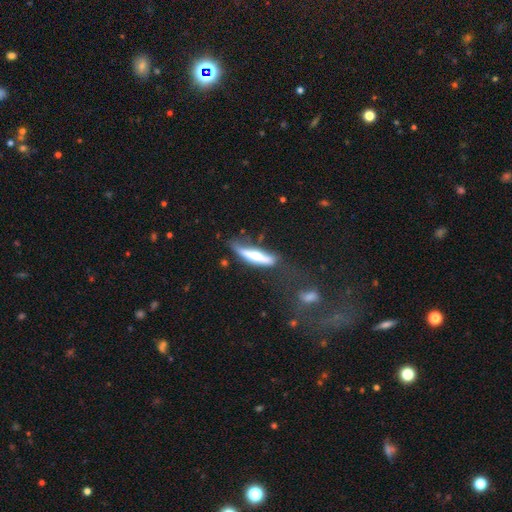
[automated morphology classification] Q: Smooth or featured?
A: smooth (51%); runner-up: featured or disk (43%)
Q: How rounded?
A: cigar-shaped (81%); runner-up: in between (17%)
Q: Merging?
A: none (44%); runner-up: minor disturbance (29%)